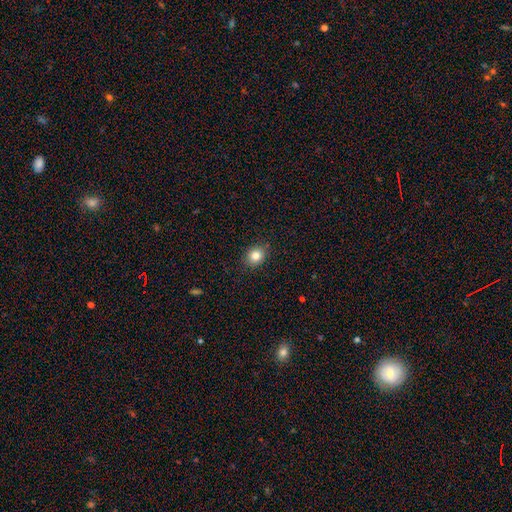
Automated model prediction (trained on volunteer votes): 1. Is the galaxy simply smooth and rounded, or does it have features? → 83% smooth, 11% star or artifact, 7% featured or disk.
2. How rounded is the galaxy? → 62% round, 37% in between, 1% cigar-shaped.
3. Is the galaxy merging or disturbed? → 88% none, 9% minor disturbance, 2% major disturbance, 1% merger.